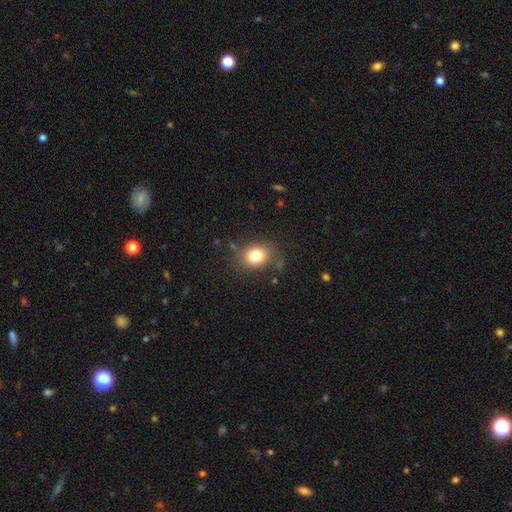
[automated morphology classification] A smooth galaxy with no disk features (80%) that is round (52%).

Vote fractions:
- Smooth or featured? smooth: 80% / star or artifact: 11% / featured or disk: 9%
- How rounded? round: 52% / in between: 48% / cigar-shaped: 1%
- Merging? none: 79% / minor disturbance: 14% / major disturbance: 5% / merger: 2%